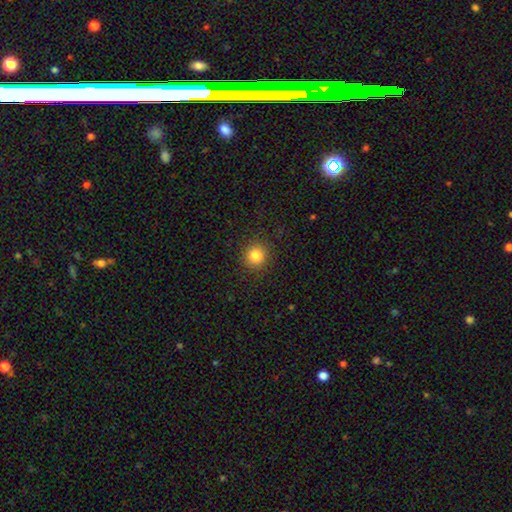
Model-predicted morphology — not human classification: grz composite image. It shows a smooth galaxy with no disk features (84%) that is round (92%). Merging: none (90%).